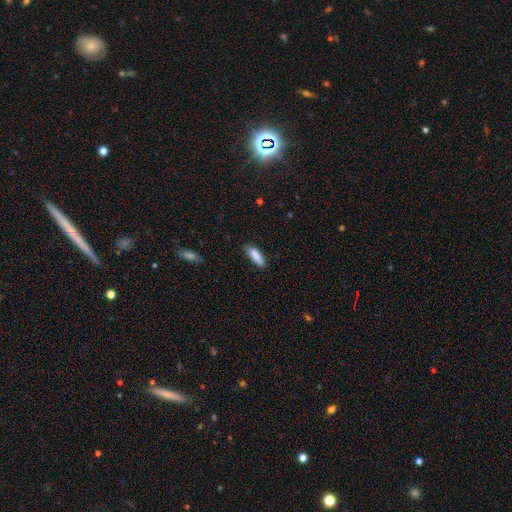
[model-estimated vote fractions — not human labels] smooth 87%, featured or disk 7%, star or artifact 6%. Down the decision tree: how rounded — cigar-shaped (53%); merging — none (78%).